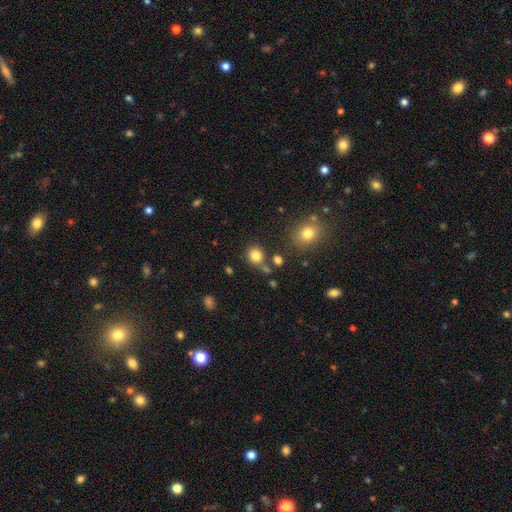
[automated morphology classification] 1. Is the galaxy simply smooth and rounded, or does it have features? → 82% smooth, 12% star or artifact, 6% featured or disk.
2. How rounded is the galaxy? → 80% round, 19% in between, 1% cigar-shaped.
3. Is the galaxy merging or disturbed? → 75% none, 11% minor disturbance, 11% merger, 4% major disturbance.